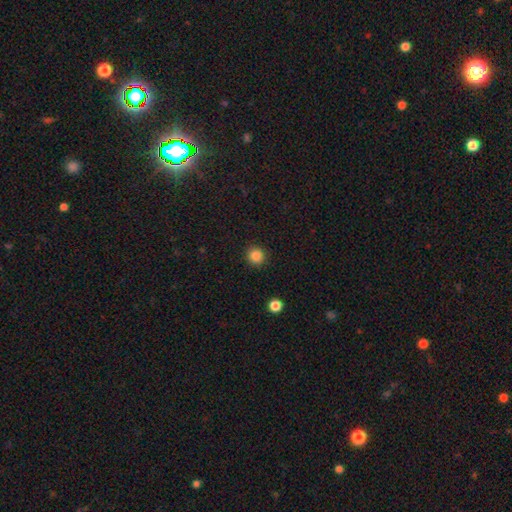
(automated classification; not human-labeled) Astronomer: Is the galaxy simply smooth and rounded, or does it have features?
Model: smooth — 85%.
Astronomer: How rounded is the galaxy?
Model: round — 94%.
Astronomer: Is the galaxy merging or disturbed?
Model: none — 92%.